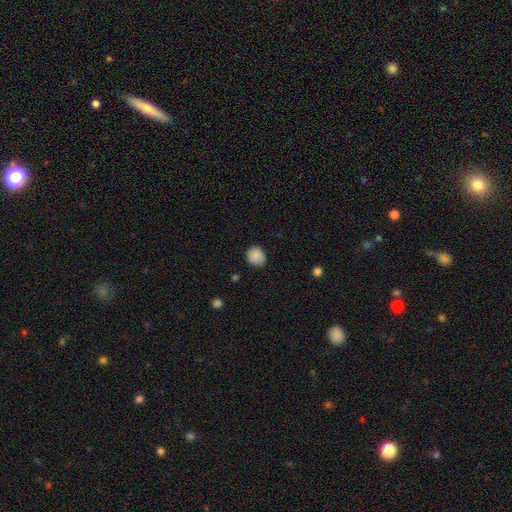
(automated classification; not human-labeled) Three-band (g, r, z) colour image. It shows a smooth galaxy with no disk features (87%) that is round (75%). Merging: none (80%).